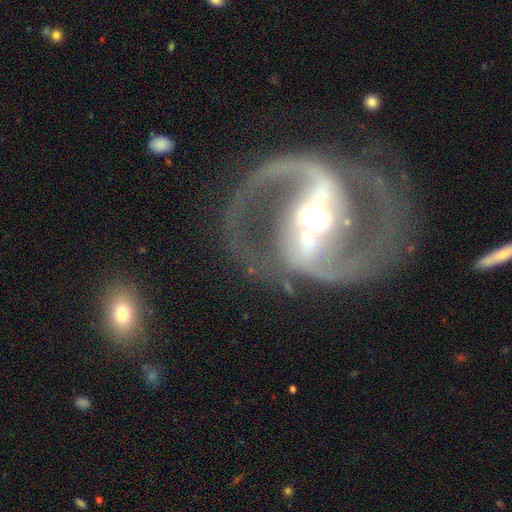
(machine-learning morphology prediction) Smooth or featured? featured or disk (92%)
Edge-on disk? no (97%)
Bar? strong (71%)
Spiral arms? yes (97%)
Spiral winding? medium (65%)
Spiral arm count? 2 (94%)
Bulge size? moderate (57%)
Merging? none (73%)